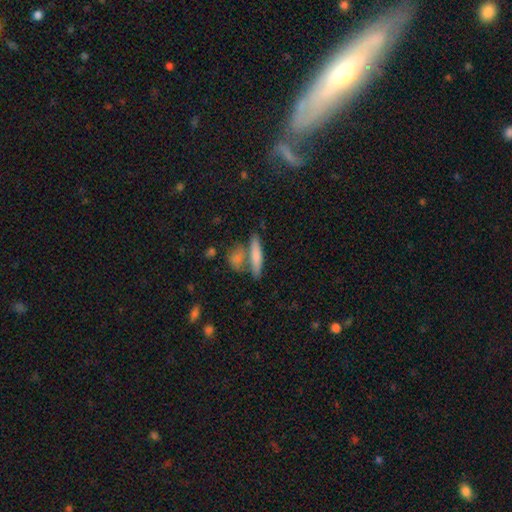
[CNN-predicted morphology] A smooth galaxy with no disk features (71%) that is cigar-shaped (79%). Merging: none (62%).